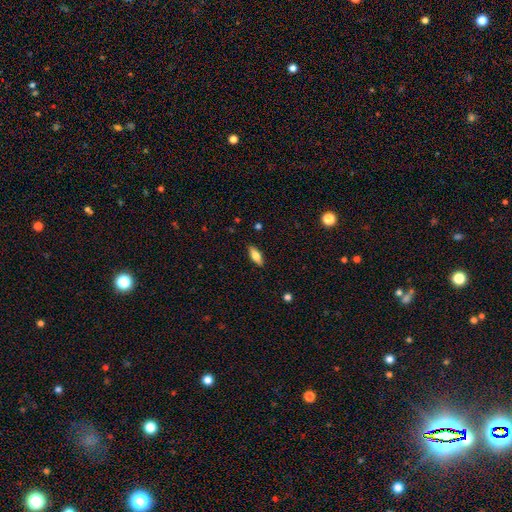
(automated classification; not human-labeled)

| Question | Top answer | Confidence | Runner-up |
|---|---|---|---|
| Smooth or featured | smooth | 69% | featured or disk (24%) |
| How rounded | in between | 72% | cigar-shaped (25%) |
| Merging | none | 88% | minor disturbance (9%) |